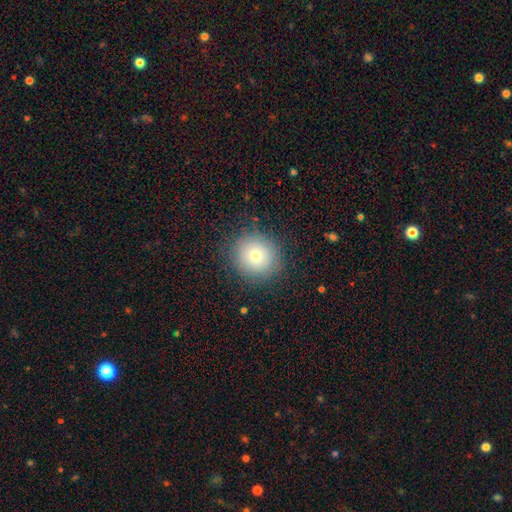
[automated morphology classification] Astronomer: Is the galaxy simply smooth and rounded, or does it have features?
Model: smooth — 74%.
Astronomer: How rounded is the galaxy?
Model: round — 90%.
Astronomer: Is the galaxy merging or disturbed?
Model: none — 87%.